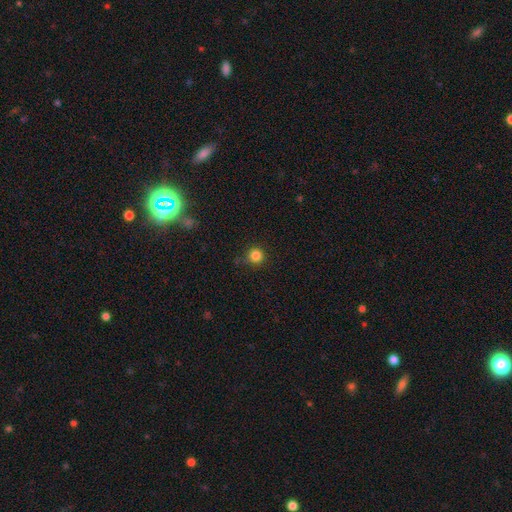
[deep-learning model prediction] The model was most divided on "smooth or featured": smooth: 84%, star or artifact: 12%, featured or disk: 4%. More confident: how rounded — round (95%); merging — none (88%).